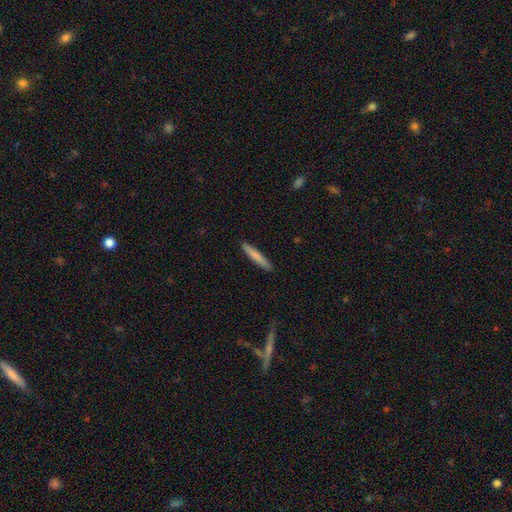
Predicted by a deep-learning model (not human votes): Overall: smooth (77%). How rounded: cigar-shaped (94%). Merging: none (90%).